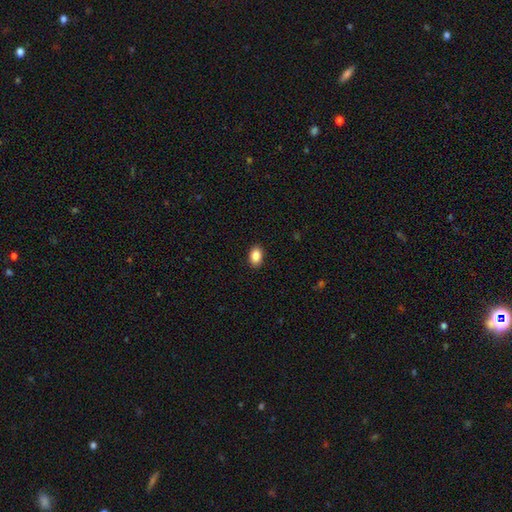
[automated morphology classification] Overall: smooth (88%). How rounded: in between (86%). Merging: none (90%).